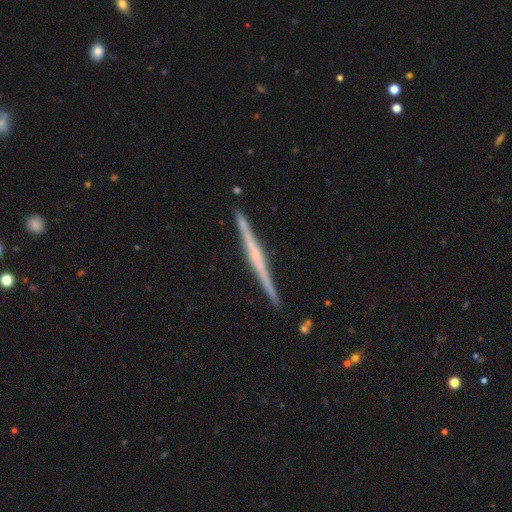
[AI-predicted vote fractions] A featured or disk galaxy (78%) viewed edge-on (99%) with no central bulge (47%). Merging: none (91%).